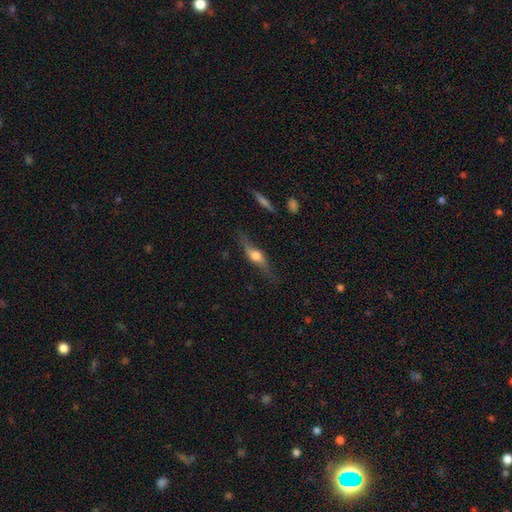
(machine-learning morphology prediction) The model was most divided on "smooth or featured": featured or disk: 63%, smooth: 31%, star or artifact: 7%. More confident: edge-on bulge — rounded (92%); edge-on disk — yes (87%); merging — none (75%).